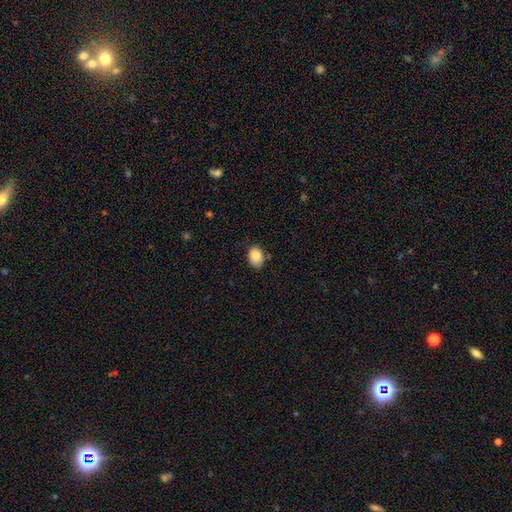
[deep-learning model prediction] smooth_or_featured: smooth (p=0.87) [alt: star or artifact p=0.08]
how_rounded: in between (p=0.70) [alt: round p=0.29]
merging: none (p=0.76) [alt: minor disturbance p=0.17]